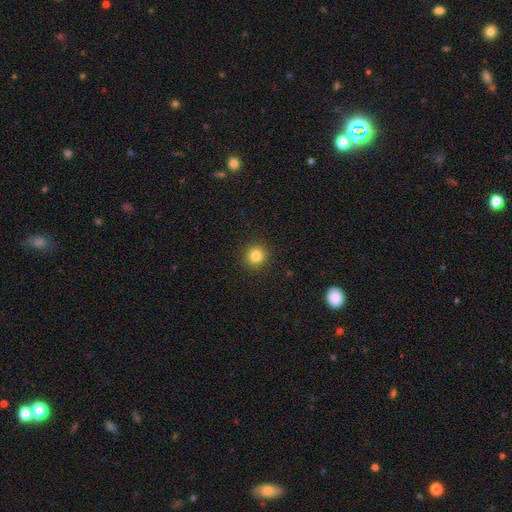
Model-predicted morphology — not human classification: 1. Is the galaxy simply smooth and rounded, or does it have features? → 83% smooth, 12% star or artifact, 5% featured or disk.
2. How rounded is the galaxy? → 93% round, 6% in between, 1% cigar-shaped.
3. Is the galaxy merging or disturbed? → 92% none, 5% minor disturbance, 2% major disturbance, 1% merger.